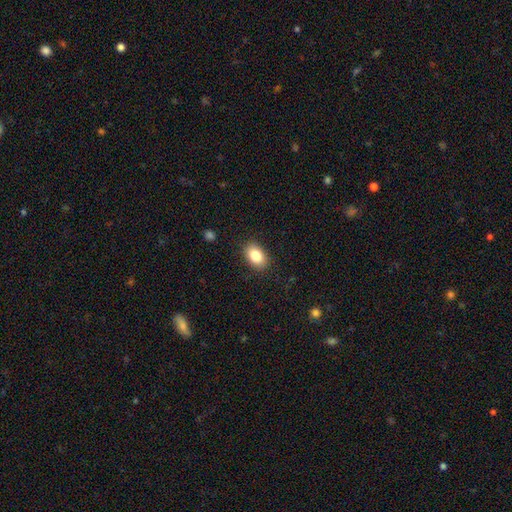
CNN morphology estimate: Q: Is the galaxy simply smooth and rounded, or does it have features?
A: smooth — 84%.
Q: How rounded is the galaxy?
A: in between — 85%.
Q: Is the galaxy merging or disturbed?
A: none — 87%.